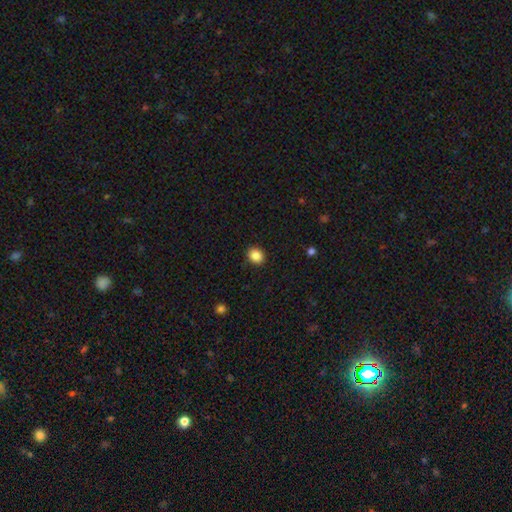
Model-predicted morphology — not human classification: A smooth galaxy with no disk features (87%) that is round (70%).

Vote fractions:
- Smooth or featured? smooth: 87% / star or artifact: 10% / featured or disk: 3%
- How rounded? round: 70% / in between: 29% / cigar-shaped: 1%
- Merging? none: 91% / minor disturbance: 6% / major disturbance: 2% / merger: 1%